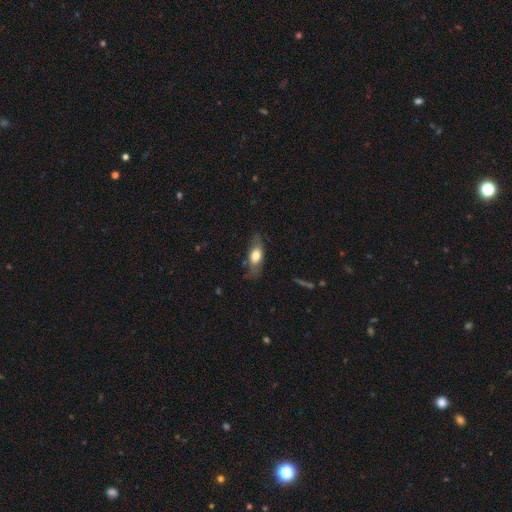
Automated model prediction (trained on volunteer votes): A smooth galaxy with no disk features (64%) that is in between round and cigar-shaped (76%).

Vote fractions:
- Smooth or featured? smooth: 64% / featured or disk: 30% / star or artifact: 7%
- How rounded? in between: 76% / cigar-shaped: 20% / round: 5%
- Merging? none: 70% / minor disturbance: 22% / major disturbance: 7% / merger: 2%